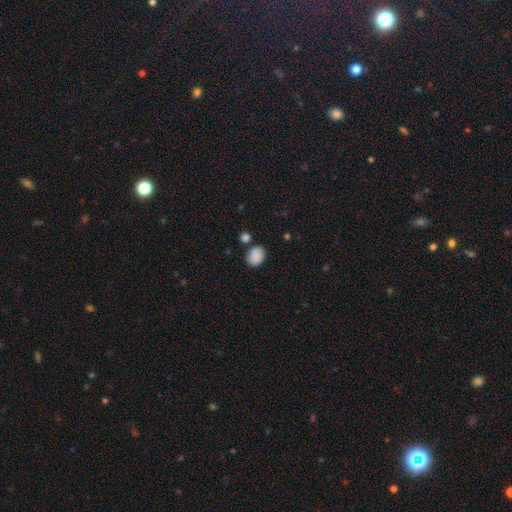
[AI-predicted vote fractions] A smooth galaxy with no disk features (87%) that is in between round and cigar-shaped (53%).

Vote fractions:
- Smooth or featured? smooth: 87% / star or artifact: 8% / featured or disk: 5%
- How rounded? in between: 53% / round: 46% / cigar-shaped: 1%
- Merging? none: 72% / minor disturbance: 15% / merger: 10% / major disturbance: 4%